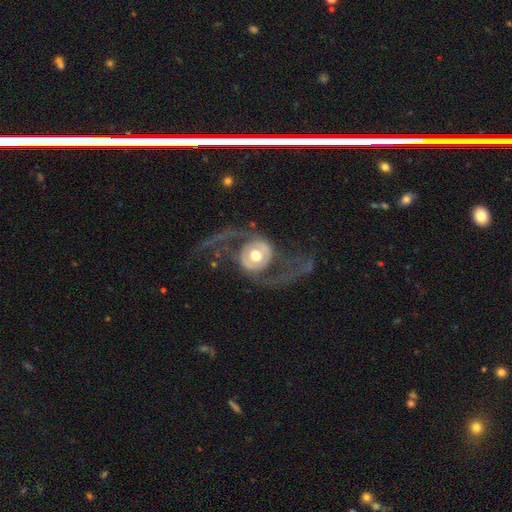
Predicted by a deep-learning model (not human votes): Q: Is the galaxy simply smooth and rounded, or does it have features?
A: featured or disk — 80%.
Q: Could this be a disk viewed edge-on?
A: no — 94%.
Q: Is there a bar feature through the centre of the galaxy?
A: no — 67%.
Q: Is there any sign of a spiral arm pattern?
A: yes — 74%.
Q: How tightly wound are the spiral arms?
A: loose — 68%.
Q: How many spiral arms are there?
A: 2 — 91%.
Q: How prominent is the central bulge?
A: moderate — 60%.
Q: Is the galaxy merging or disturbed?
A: none — 53%.